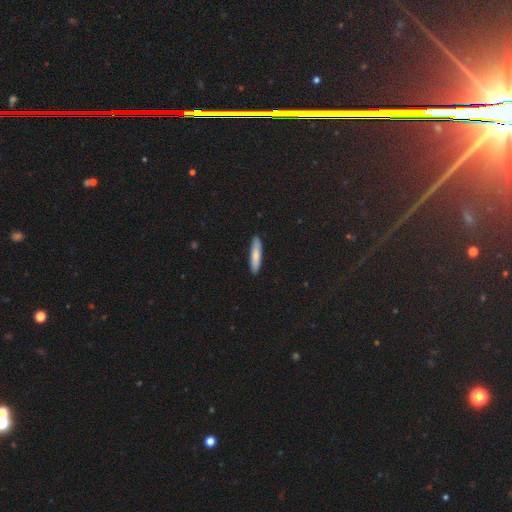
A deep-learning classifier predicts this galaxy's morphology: Smooth or featured? Predicted: smooth (p=0.78). How rounded? Predicted: cigar-shaped (p=0.81). Merging? Predicted: none (p=0.91).